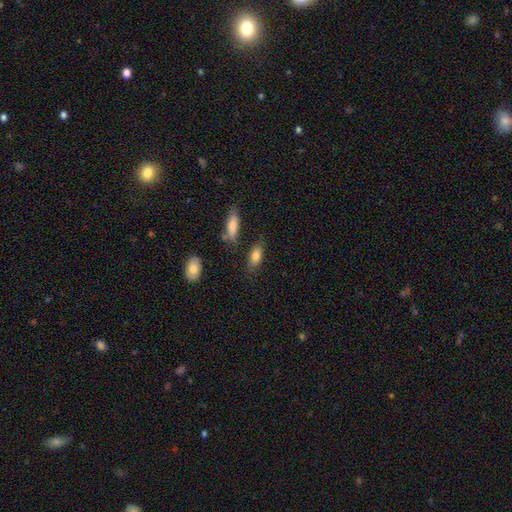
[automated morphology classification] smooth_or_featured: smooth (p=0.80) [alt: featured or disk p=0.12]
how_rounded: in between (p=0.82) [alt: cigar-shaped p=0.15]
merging: none (p=0.73) [alt: minor disturbance p=0.17]